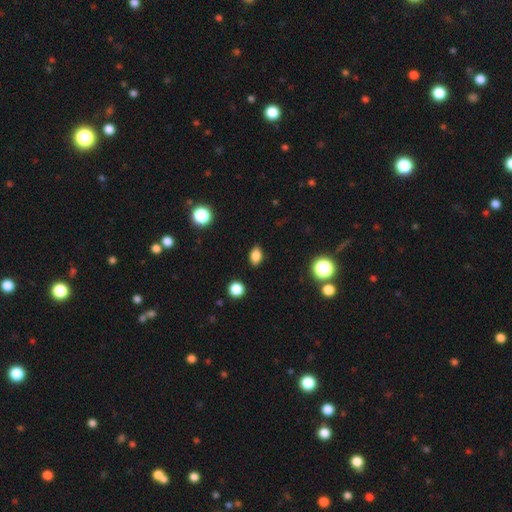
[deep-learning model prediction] This is clearly a smooth galaxy (83%). How rounded: clearly in between (83%). Merging: clearly none (88%).